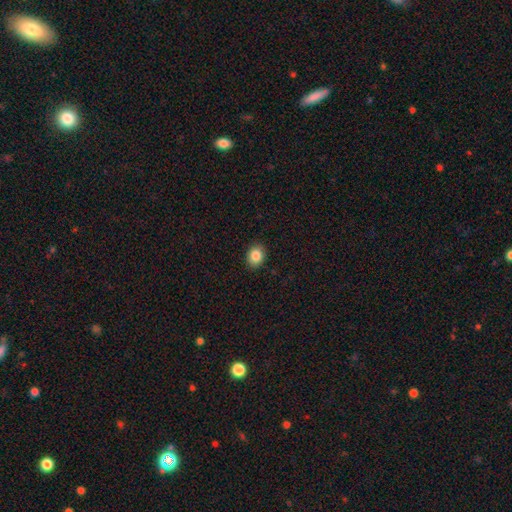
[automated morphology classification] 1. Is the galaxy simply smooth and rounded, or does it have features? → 86% smooth, 9% star or artifact, 5% featured or disk.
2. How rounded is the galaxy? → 57% in between, 42% round, 1% cigar-shaped.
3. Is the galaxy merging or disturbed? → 90% none, 7% minor disturbance, 2% major disturbance, 1% merger.